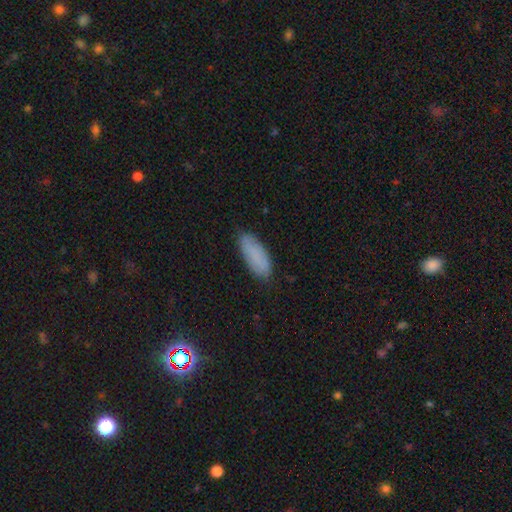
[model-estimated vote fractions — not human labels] smooth 83%, featured or disk 9%, star or artifact 8%. Down the decision tree: how rounded — in between (72%); merging — none (81%).